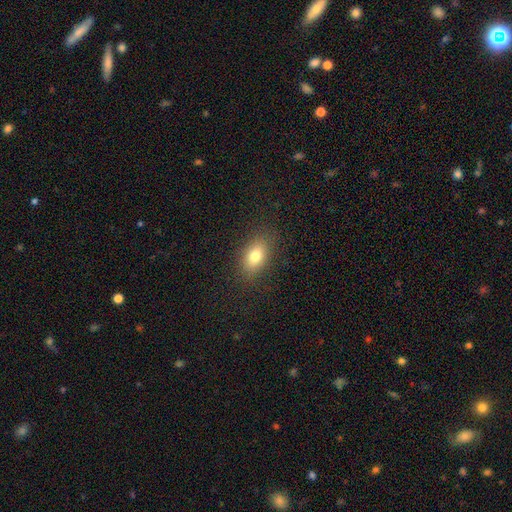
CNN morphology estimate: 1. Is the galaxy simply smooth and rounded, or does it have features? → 78% smooth, 11% featured or disk, 10% star or artifact.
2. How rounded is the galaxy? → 84% in between, 13% round, 3% cigar-shaped.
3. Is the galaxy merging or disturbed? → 86% none, 10% minor disturbance, 3% major disturbance, 1% merger.